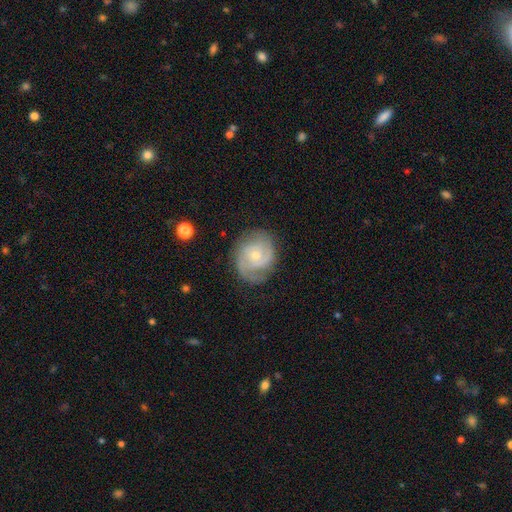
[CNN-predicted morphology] Smooth or featured? featured or disk (79%)
Edge-on disk? no (98%)
Bar? no (67%)
Spiral arms? yes (94%)
Spiral winding? tight (50%)
Spiral arm count? 2 (56%)
Bulge size? small (54%)
Merging? none (68%)